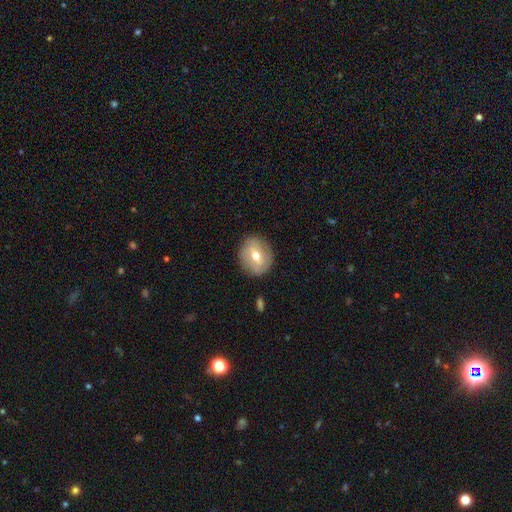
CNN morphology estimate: Smooth or featured? smooth (50%)
How rounded? round (67%)
Merging? none (84%)